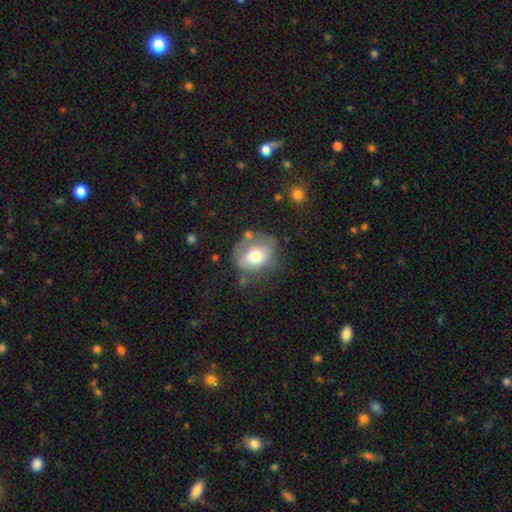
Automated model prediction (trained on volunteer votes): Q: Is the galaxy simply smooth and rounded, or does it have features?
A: smooth — 67%.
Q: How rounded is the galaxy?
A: round — 54%.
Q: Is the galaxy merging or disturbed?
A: none — 52%.